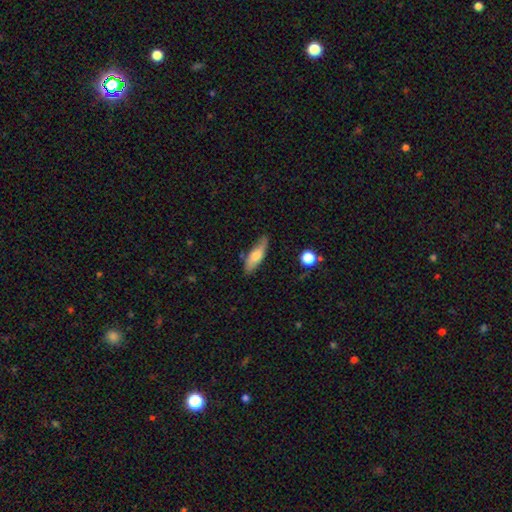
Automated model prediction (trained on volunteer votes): This is likely a smooth galaxy (64%). How rounded: possibly in between (50%). Merging: likely none (76%).